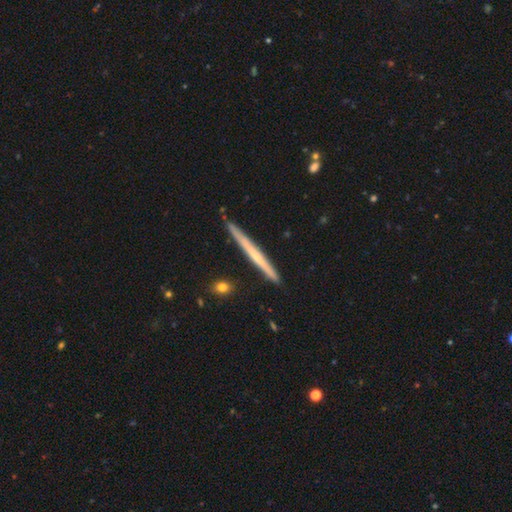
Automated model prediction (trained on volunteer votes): smooth_or_featured: featured or disk (p=0.56) [alt: smooth p=0.39]
disk_edge_on: yes (p=0.97) [alt: no p=0.03]
edge_on_bulge: none (p=0.78) [alt: rounded p=0.18]
merging: none (p=0.88) [alt: minor disturbance p=0.09]